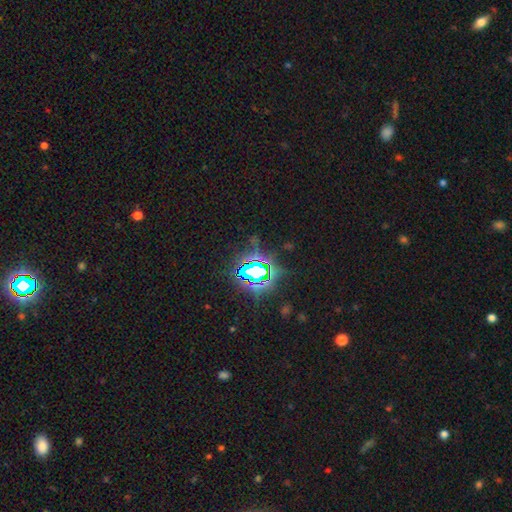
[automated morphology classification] A star or artifact, not a galaxy (79%).